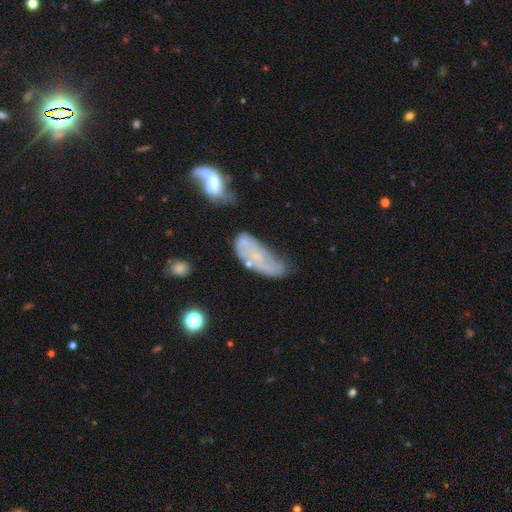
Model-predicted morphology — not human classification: This is possibly a featured or disk galaxy (46%). Merging: marginally none (29%).